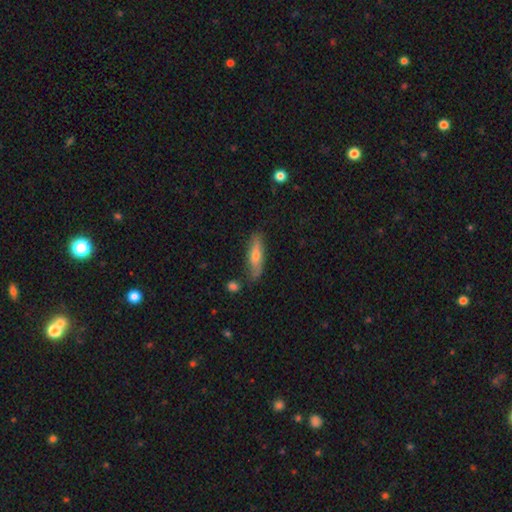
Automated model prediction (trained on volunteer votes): A smooth galaxy with no disk features (58%) that is cigar-shaped (63%).

Vote fractions:
- Smooth or featured? smooth: 58% / featured or disk: 35% / star or artifact: 7%
- How rounded? cigar-shaped: 63% / in between: 34% / round: 2%
- Merging? none: 76% / minor disturbance: 17% / major disturbance: 3% / merger: 3%